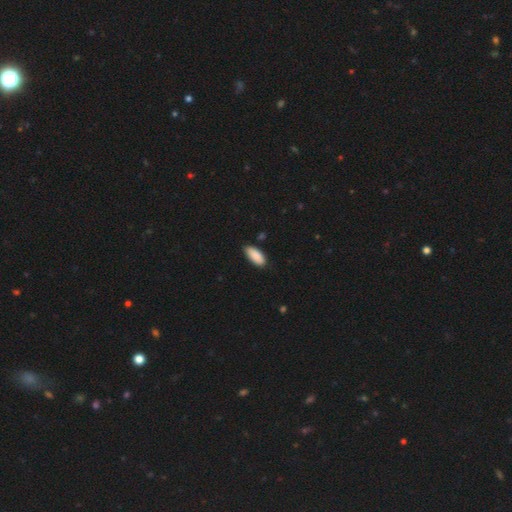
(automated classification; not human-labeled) The model was most divided on "merging": none: 79%, minor disturbance: 17%, major disturbance: 2%, merger: 1%. More confident: smooth or featured — smooth (89%); how rounded — in between (88%).